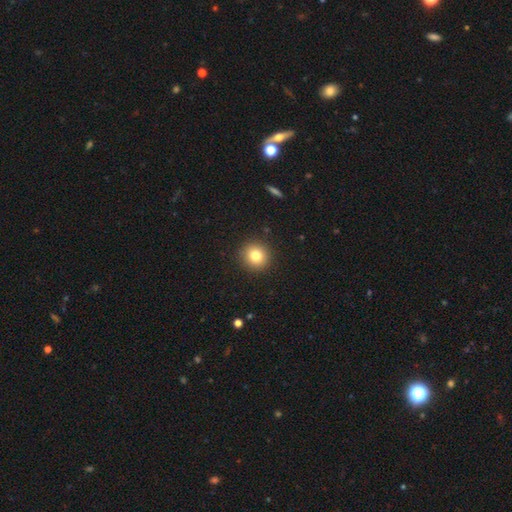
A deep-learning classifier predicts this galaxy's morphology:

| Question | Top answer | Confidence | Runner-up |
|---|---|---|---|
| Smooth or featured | smooth | 81% | star or artifact (11%) |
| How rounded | round | 91% | in between (8%) |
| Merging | none | 91% | minor disturbance (6%) |